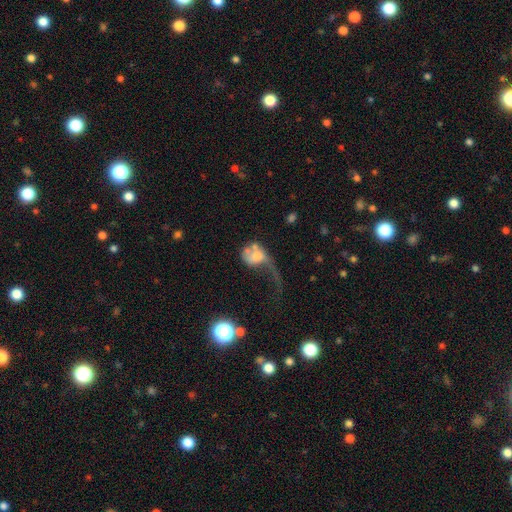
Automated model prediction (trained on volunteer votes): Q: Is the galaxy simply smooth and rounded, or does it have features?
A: featured or disk — 47%.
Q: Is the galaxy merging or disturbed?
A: major disturbance — 58%.